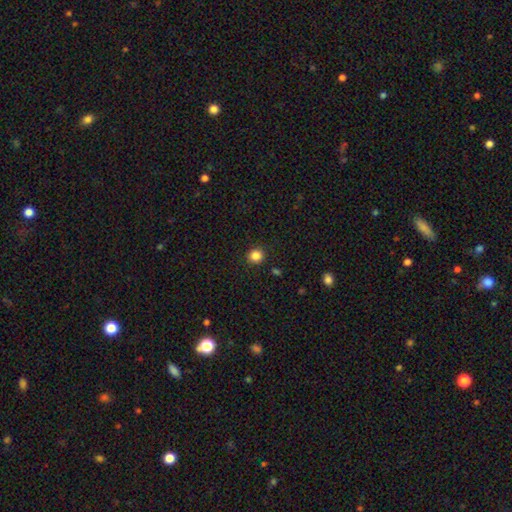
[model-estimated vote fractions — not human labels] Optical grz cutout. It shows a smooth galaxy with no disk features (85%) that is round (89%). Merging: none (91%).